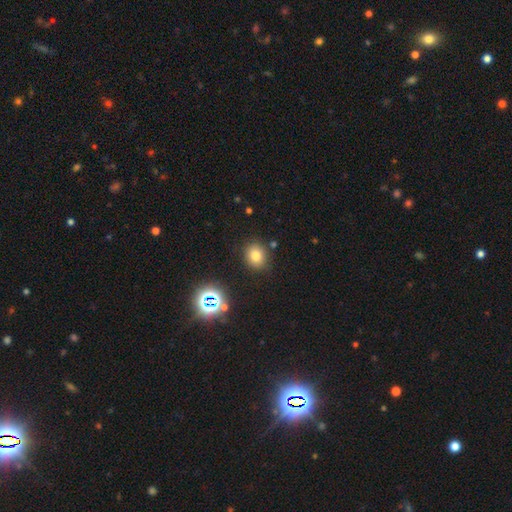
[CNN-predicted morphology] Smooth or featured: smooth — 75% (star or artifact — 17%)
How rounded: round — 66% (in between — 33%)
Merging: none — 84% (minor disturbance — 10%)